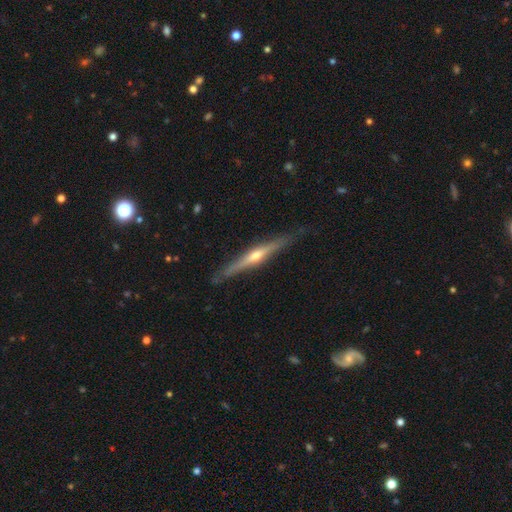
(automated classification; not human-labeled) Smooth or featured: featured or disk — 77% (smooth — 18%)
Edge-on disk: yes — 97% (no — 3%)
Edge-on bulge: rounded — 88% (none — 9%)
Merging: none — 85% (minor disturbance — 12%)